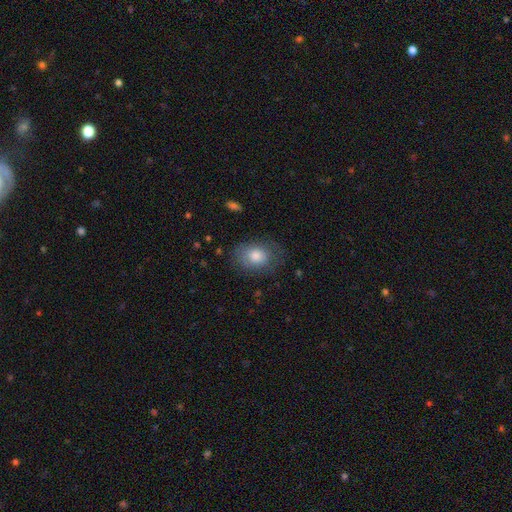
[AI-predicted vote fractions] smooth 74%, featured or disk 17%, star or artifact 8%. Down the decision tree: how rounded — in between (68%); merging — none (72%).